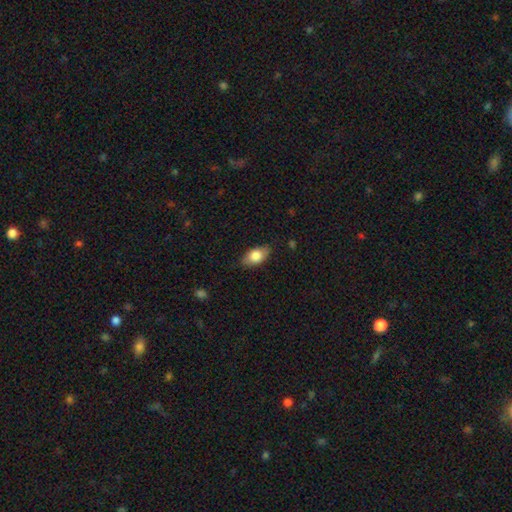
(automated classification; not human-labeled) This is likely a smooth galaxy (79%). How rounded: clearly in between (89%). Merging: clearly none (81%).